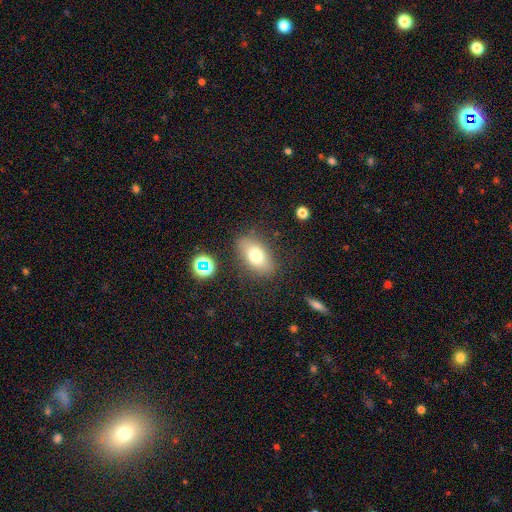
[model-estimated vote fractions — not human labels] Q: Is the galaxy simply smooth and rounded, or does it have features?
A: smooth — 73%.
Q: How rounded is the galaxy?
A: in between — 88%.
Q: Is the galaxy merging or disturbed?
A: none — 80%.